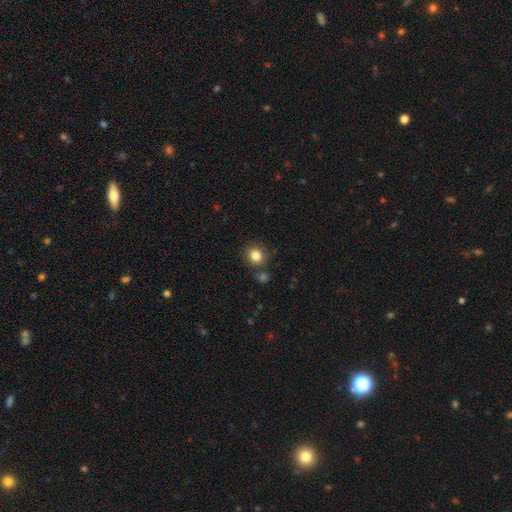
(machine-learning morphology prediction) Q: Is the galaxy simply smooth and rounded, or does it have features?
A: smooth — 84%.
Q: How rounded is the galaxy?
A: round — 87%.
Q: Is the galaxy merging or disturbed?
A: none — 81%.